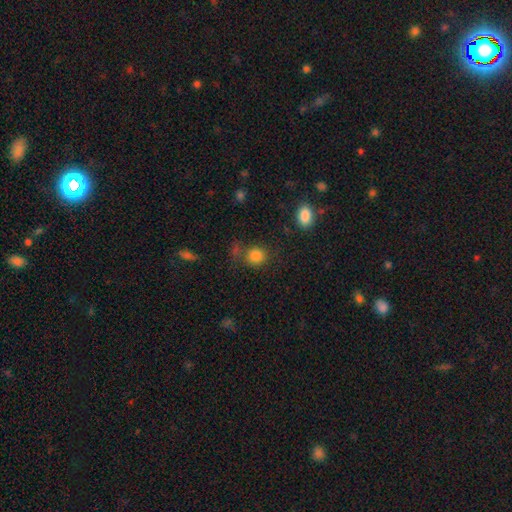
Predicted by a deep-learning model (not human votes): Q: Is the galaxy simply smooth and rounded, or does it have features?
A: smooth — 83%.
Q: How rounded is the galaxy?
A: round — 83%.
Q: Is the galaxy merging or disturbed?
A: none — 69%.